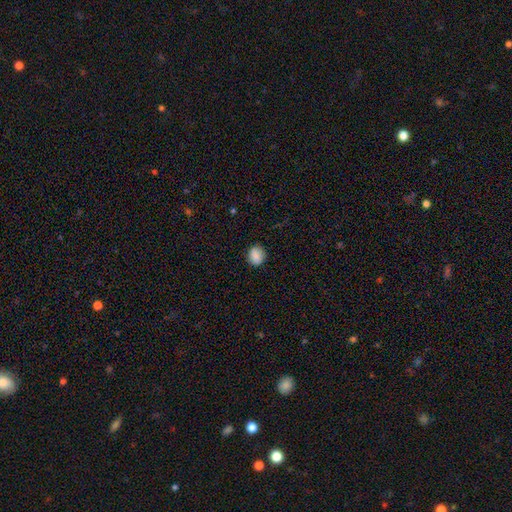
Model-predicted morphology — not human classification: smooth_or_featured: smooth (p=0.86) [alt: star or artifact p=0.08]
how_rounded: round (p=0.69) [alt: in between p=0.30]
merging: none (p=0.87) [alt: minor disturbance p=0.09]